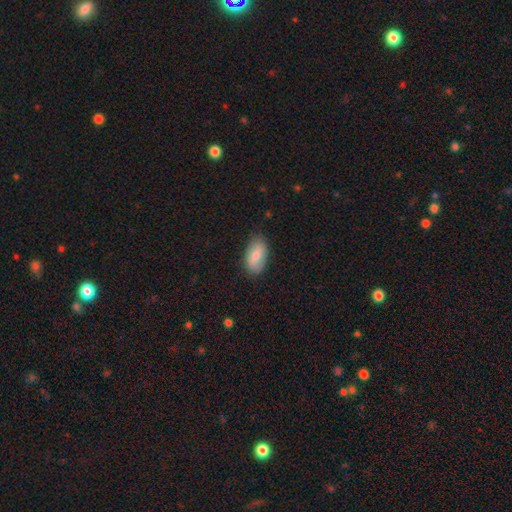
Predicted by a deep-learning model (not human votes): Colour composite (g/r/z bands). It shows a smooth galaxy with no disk features (75%) that is in between round and cigar-shaped (93%). Merging: none (81%).